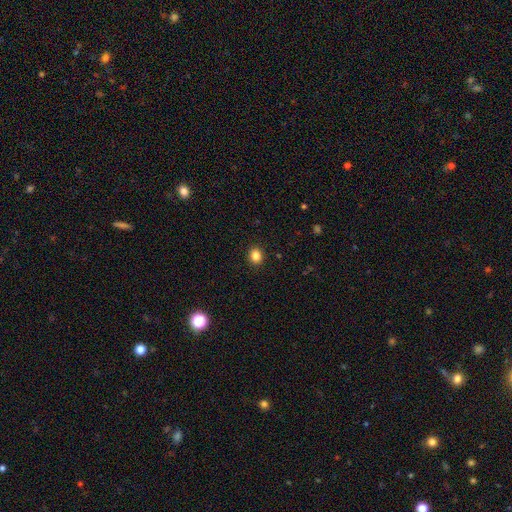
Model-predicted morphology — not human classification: Smooth or featured: smooth — 84% (star or artifact — 11%)
How rounded: round — 70% (in between — 29%)
Merging: none — 91% (minor disturbance — 6%)